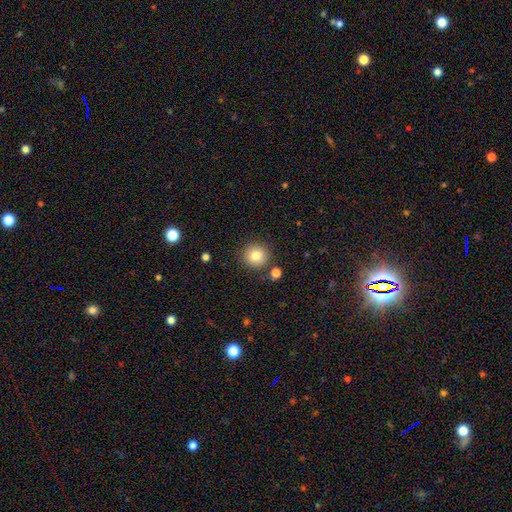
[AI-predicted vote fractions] Smooth or featured: smooth — 81% (star or artifact — 11%)
How rounded: round — 92% (in between — 7%)
Merging: none — 86% (minor disturbance — 7%)